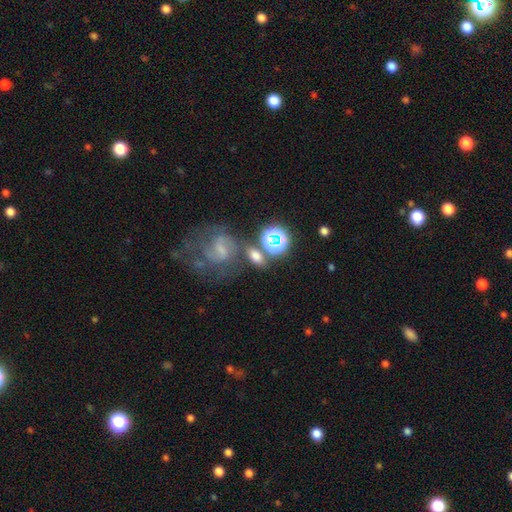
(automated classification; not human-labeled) smooth 58%, star or artifact 22%, featured or disk 19%. Down the decision tree: how rounded — in between (61%); merging — none (57%).